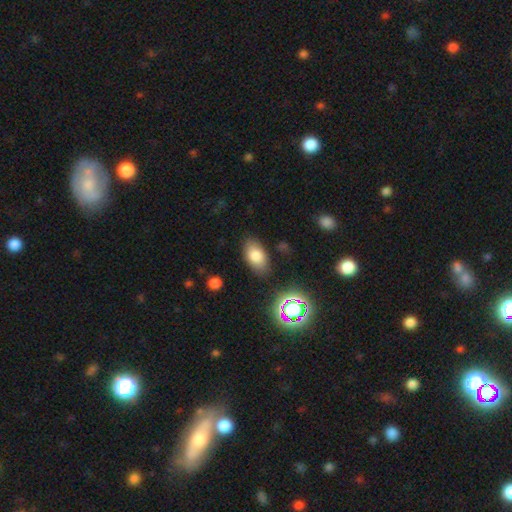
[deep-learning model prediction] A smooth galaxy with no disk features (79%) that is in between round and cigar-shaped (92%).

Vote fractions:
- Smooth or featured? smooth: 79% / featured or disk: 11% / star or artifact: 10%
- How rounded? in between: 92% / round: 6% / cigar-shaped: 2%
- Merging? none: 82% / minor disturbance: 13% / major disturbance: 3% / merger: 2%